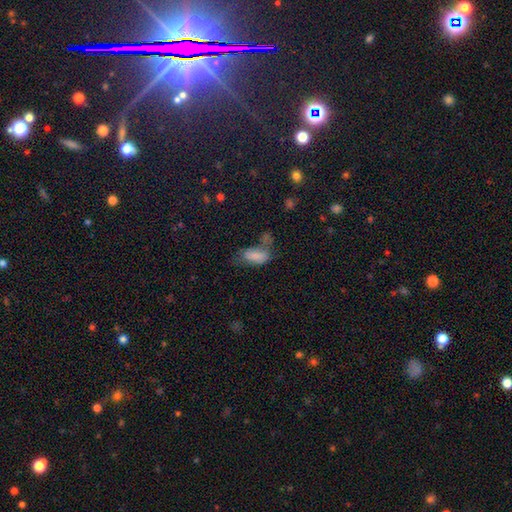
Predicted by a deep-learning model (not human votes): A smooth galaxy with no disk features (77%) that is in between round and cigar-shaped (90%).

Vote fractions:
- Smooth or featured? smooth: 77% / featured or disk: 13% / star or artifact: 10%
- How rounded? in between: 90% / cigar-shaped: 6% / round: 4%
- Merging? none: 31% / minor disturbance: 24% / major disturbance: 23% / merger: 22%